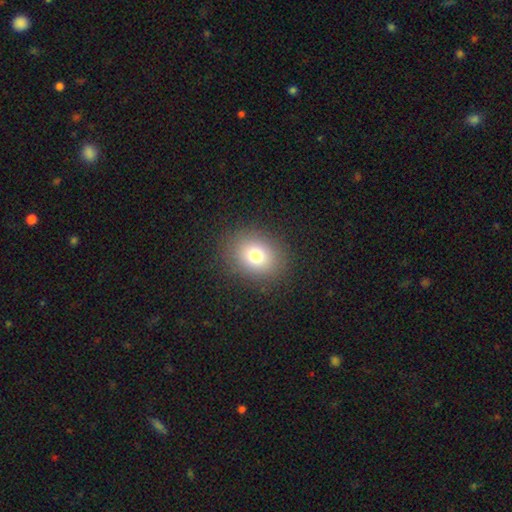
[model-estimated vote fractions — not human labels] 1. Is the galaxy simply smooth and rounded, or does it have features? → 76% smooth, 13% star or artifact, 11% featured or disk.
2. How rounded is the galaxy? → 55% round, 44% in between, 1% cigar-shaped.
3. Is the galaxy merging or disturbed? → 87% none, 8% minor disturbance, 4% major disturbance, 1% merger.